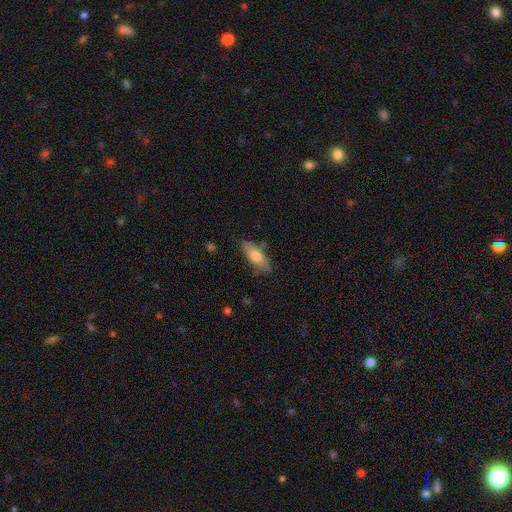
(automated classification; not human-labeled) The model was most divided on "how rounded": in between: 71%, cigar-shaped: 27%, round: 2%. More confident: merging — none (79%); smooth or featured — smooth (74%).